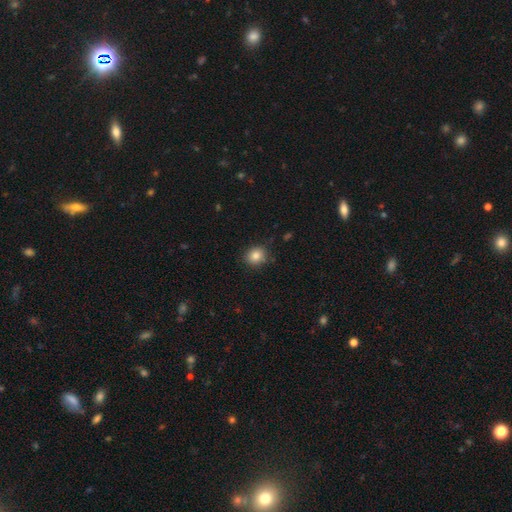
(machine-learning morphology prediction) A smooth galaxy with no disk features (85%) that is round (73%). Merging: none (85%).